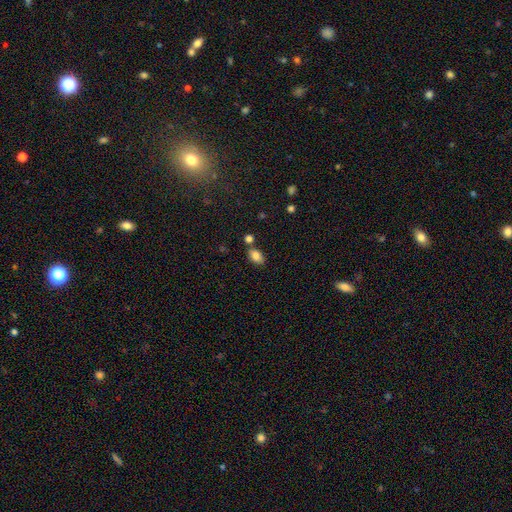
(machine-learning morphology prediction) This is clearly a smooth galaxy (84%). How rounded: clearly in between (88%). Merging: likely none (71%).